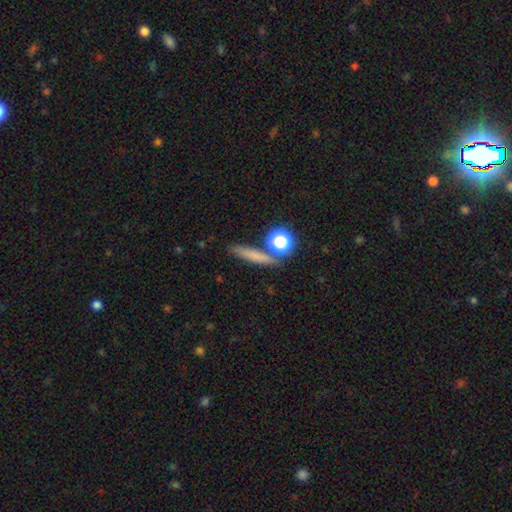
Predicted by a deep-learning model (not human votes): Smooth or featured?
  - smooth: 69% *
  - featured or disk: 17%
  - star or artifact: 14%
How rounded?
  - cigar-shaped: 73% *
  - round: 16%
  - in between: 12%
Merging?
  - none: 78% *
  - minor disturbance: 9%
  - merger: 9%
  - major disturbance: 4%